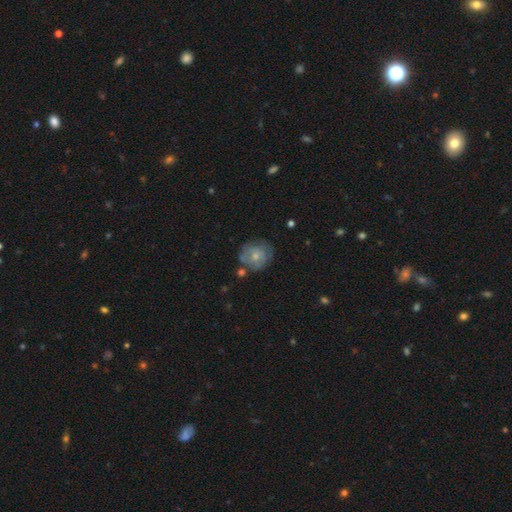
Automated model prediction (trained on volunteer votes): Smooth or featured? Predicted: smooth (p=0.56). How rounded? Predicted: round (p=0.80). Merging? Predicted: none (p=0.62).